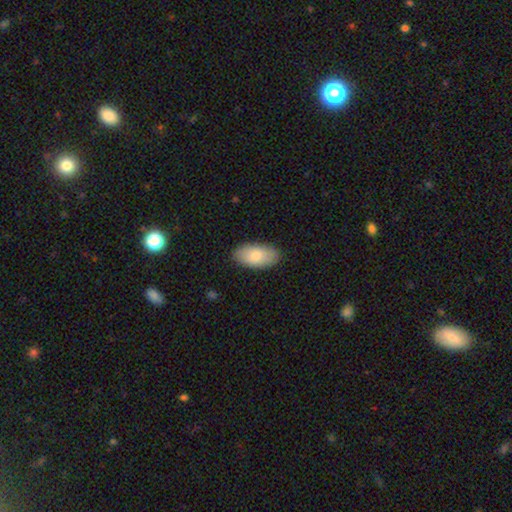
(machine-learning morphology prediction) The model was most divided on "smooth or featured": smooth: 82%, featured or disk: 13%, star or artifact: 6%. More confident: how rounded — in between (94%); merging — none (87%).